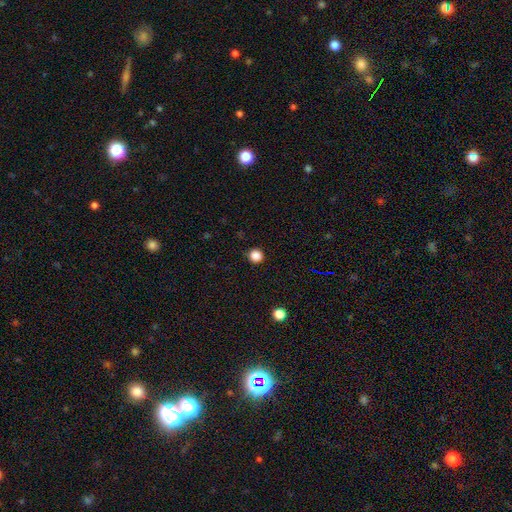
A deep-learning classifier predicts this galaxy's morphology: Smooth or featured? Predicted: smooth (p=0.86). How rounded? Predicted: round (p=0.94). Merging? Predicted: none (p=0.91).